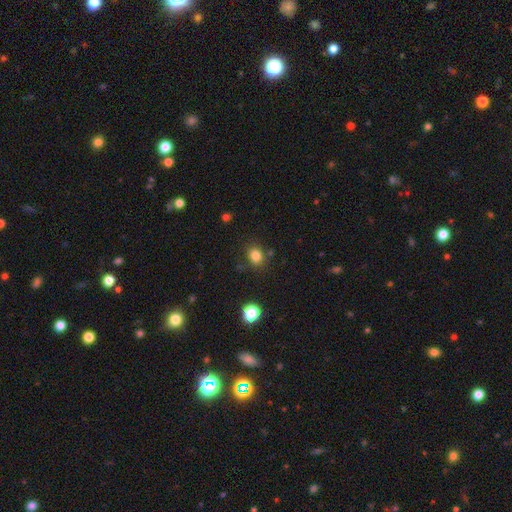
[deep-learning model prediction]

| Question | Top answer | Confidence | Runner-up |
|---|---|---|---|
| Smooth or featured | smooth | 82% | star or artifact (13%) |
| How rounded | round | 62% | in between (37%) |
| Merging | none | 80% | minor disturbance (12%) |